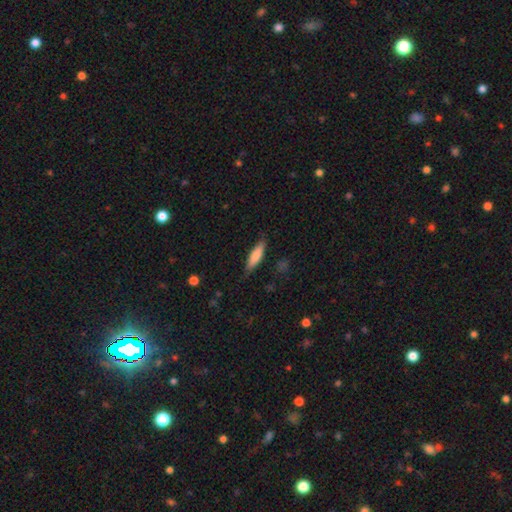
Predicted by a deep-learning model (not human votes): Smooth or featured? smooth (80%)
How rounded? cigar-shaped (62%)
Merging? none (77%)